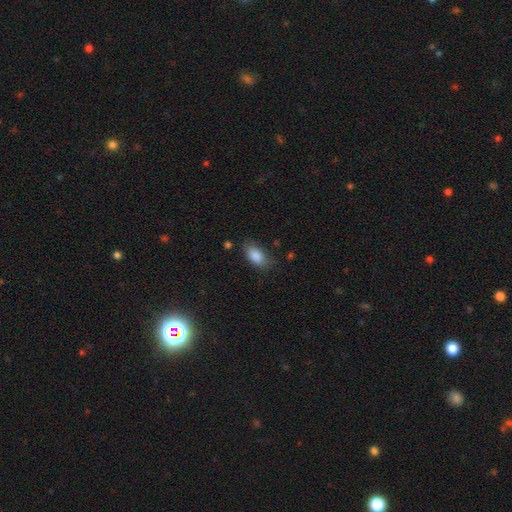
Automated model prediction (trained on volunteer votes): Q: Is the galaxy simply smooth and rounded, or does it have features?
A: smooth — 86%.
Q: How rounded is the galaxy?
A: in between — 91%.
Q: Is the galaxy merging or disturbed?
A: none — 72%.